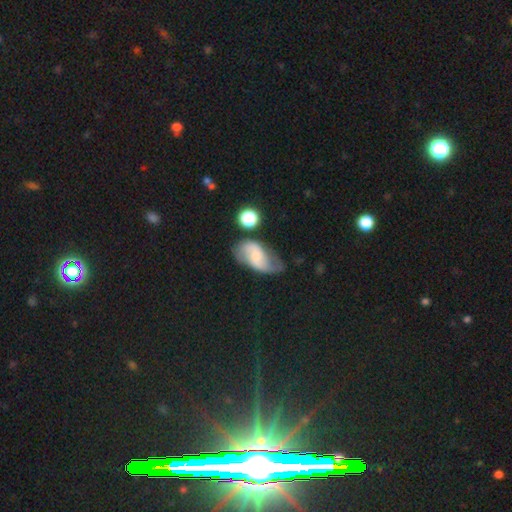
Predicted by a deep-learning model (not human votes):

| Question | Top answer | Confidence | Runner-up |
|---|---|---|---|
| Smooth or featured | featured or disk | 62% | smooth (30%) |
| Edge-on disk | no | 95% | yes (5%) |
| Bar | no | 50% | weak (40%) |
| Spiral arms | yes | 89% | no (11%) |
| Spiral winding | loose | 54% | medium (34%) |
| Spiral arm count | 2 | 84% | can't tell (9%) |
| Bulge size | small | 50% | moderate (33%) |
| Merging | none | 51% | minor disturbance (28%) |